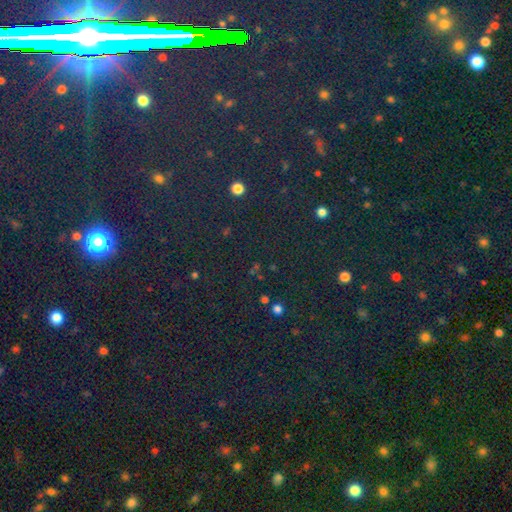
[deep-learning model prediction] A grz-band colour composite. It shows a star or artifact, not a galaxy (79%).